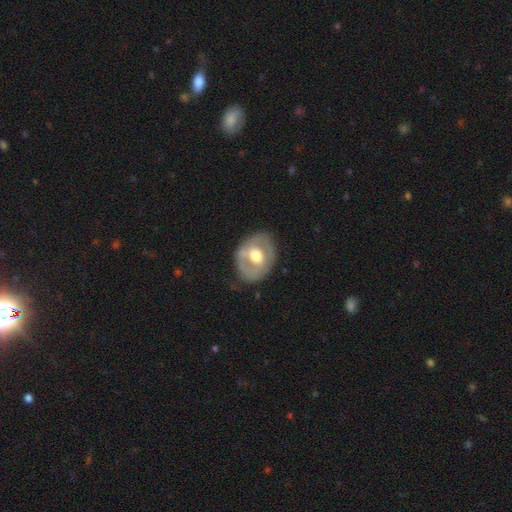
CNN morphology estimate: featured or disk 61%, smooth 34%, star or artifact 5%. Down the decision tree: edge-on disk — no (95%); bar — no (56%); spiral arms — no (70%); bulge size — moderate (65%); merging — none (73%).